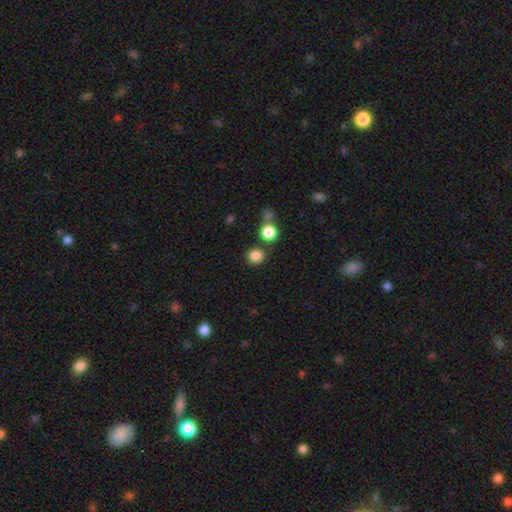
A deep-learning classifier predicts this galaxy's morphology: Smooth or featured? Predicted: smooth (p=0.84). How rounded? Predicted: round (p=0.86). Merging? Predicted: none (p=0.78).